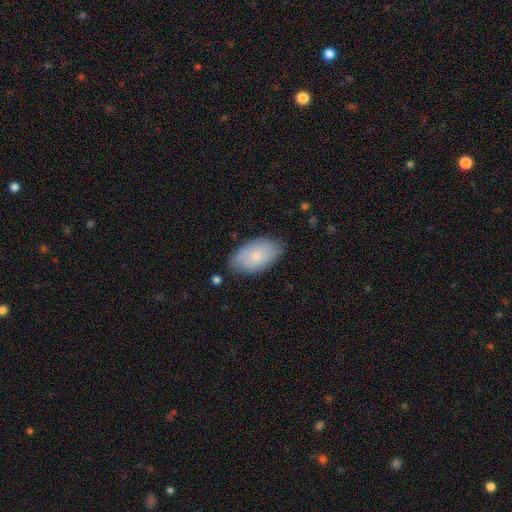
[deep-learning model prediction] smooth 69%, featured or disk 24%, star or artifact 7%. Down the decision tree: how rounded — in between (94%); merging — none (75%).